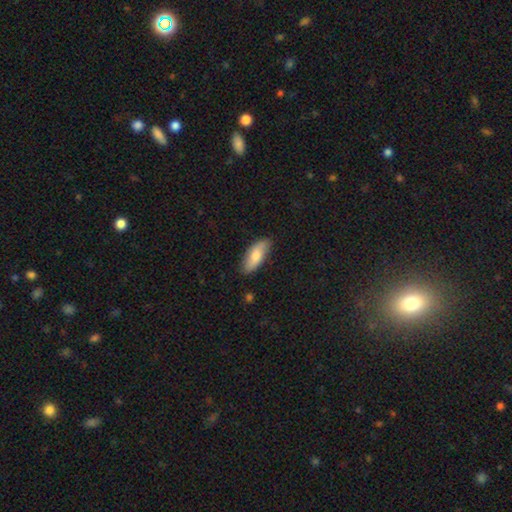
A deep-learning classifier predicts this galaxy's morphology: A smooth galaxy with no disk features (75%) that is in between round and cigar-shaped (76%).

Vote fractions:
- Smooth or featured? smooth: 75% / featured or disk: 19% / star or artifact: 6%
- How rounded? in between: 76% / cigar-shaped: 21% / round: 2%
- Merging? none: 81% / minor disturbance: 15% / major disturbance: 2% / merger: 1%